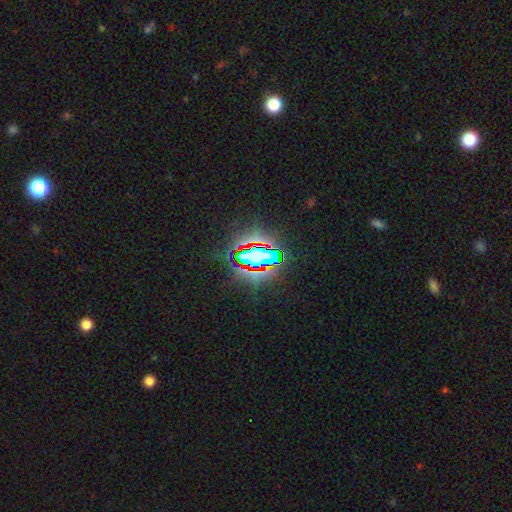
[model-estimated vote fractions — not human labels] Q: Smooth or featured?
A: star or artifact (71%); runner-up: smooth (18%)